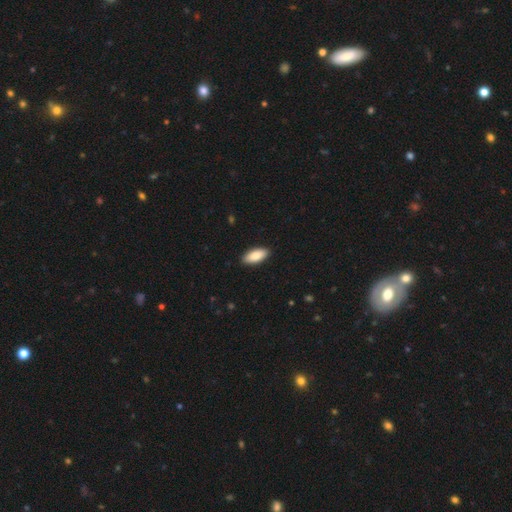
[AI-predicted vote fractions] A smooth galaxy with no disk features (86%) that is in between round and cigar-shaped (86%). Merging: none (90%).